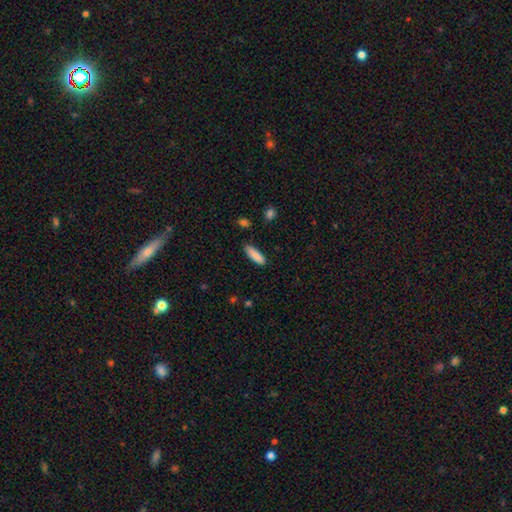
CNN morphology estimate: The model was most divided on "how rounded": cigar-shaped: 51%, in between: 47%, round: 2%. More confident: smooth or featured — smooth (87%); merging — none (84%).